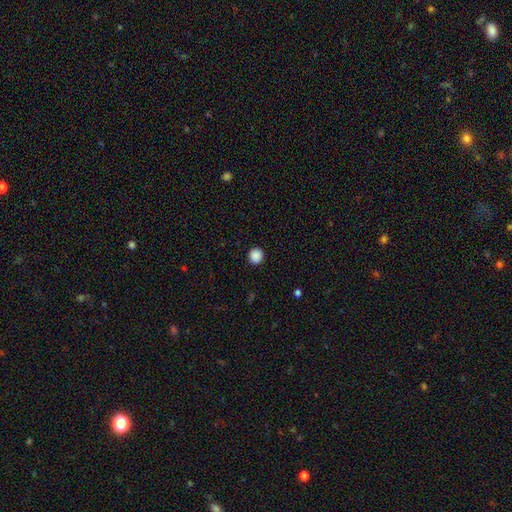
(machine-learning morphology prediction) type=smooth (89%); roundness=round (91%); merging=none (93%).